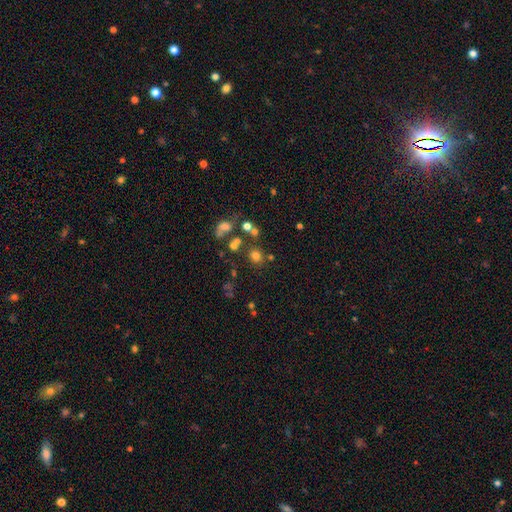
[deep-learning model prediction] A smooth galaxy with no disk features (72%) that is round (83%). Merging: none (71%).